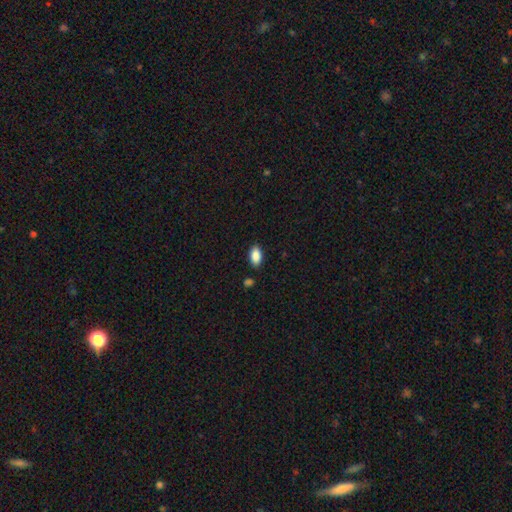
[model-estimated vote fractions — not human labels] This is clearly a smooth galaxy (88%). How rounded: clearly in between (93%). Merging: clearly none (87%).